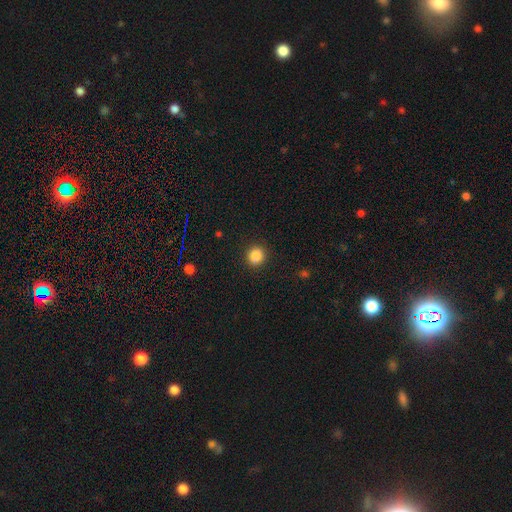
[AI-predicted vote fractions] smooth_or_featured: smooth (p=0.85) [alt: star or artifact p=0.11]
how_rounded: round (p=0.87) [alt: in between p=0.12]
merging: none (p=0.90) [alt: minor disturbance p=0.07]